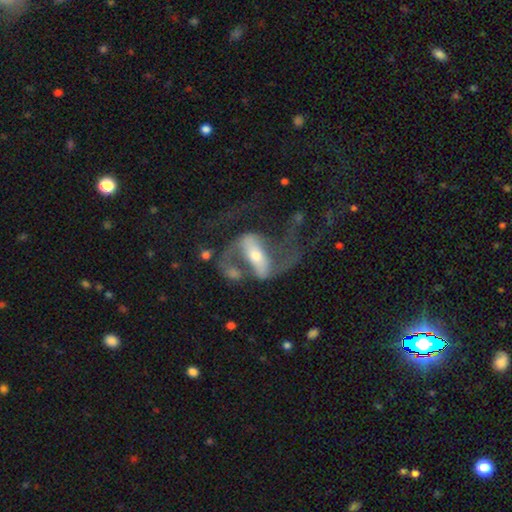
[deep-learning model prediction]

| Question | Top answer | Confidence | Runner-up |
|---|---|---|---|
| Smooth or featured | featured or disk | 81% | smooth (13%) |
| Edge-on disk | no | 91% | yes (9%) |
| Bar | strong | 61% | weak (22%) |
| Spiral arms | yes | 82% | no (18%) |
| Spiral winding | loose | 56% | medium (35%) |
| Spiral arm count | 2 | 84% | 1 (7%) |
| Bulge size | moderate | 47% | small (43%) |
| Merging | major disturbance | 41% | none (34%) |